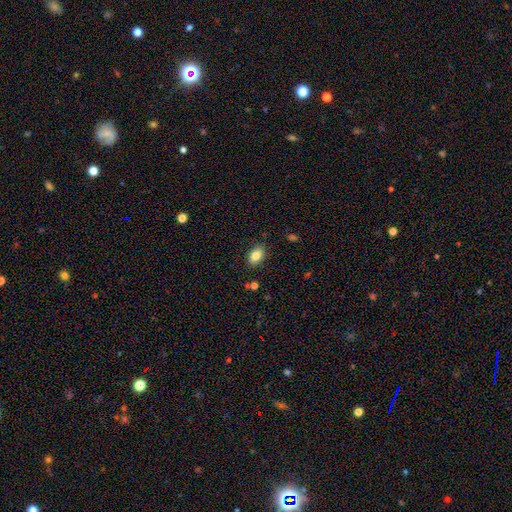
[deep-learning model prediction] A smooth galaxy with no disk features (83%) that is in between round and cigar-shaped (80%).

Vote fractions:
- Smooth or featured? smooth: 83% / star or artifact: 9% / featured or disk: 8%
- How rounded? in between: 80% / round: 18% / cigar-shaped: 1%
- Merging? none: 86% / minor disturbance: 10% / major disturbance: 2% / merger: 1%